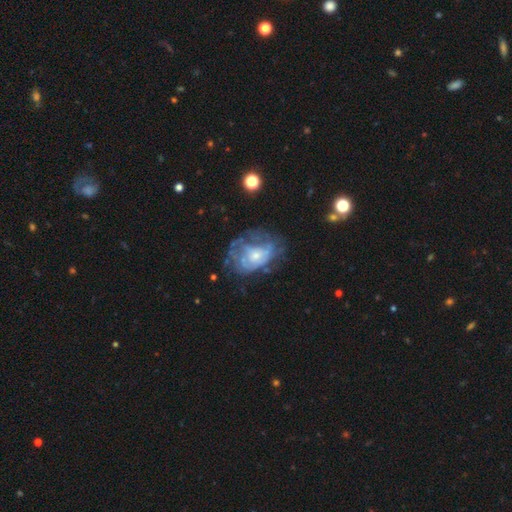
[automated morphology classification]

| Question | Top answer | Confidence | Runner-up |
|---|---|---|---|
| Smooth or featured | featured or disk | 69% | smooth (23%) |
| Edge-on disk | no | 97% | yes (3%) |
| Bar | no | 79% | weak (18%) |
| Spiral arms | yes | 56% | no (44%) |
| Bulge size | small | 55% | moderate (34%) |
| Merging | none | 44% | major disturbance (29%) |